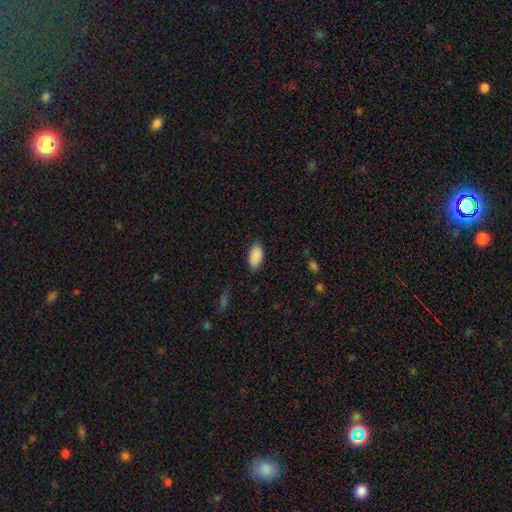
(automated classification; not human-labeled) This is clearly a smooth galaxy (90%). How rounded: clearly in between (95%). Merging: clearly none (85%).